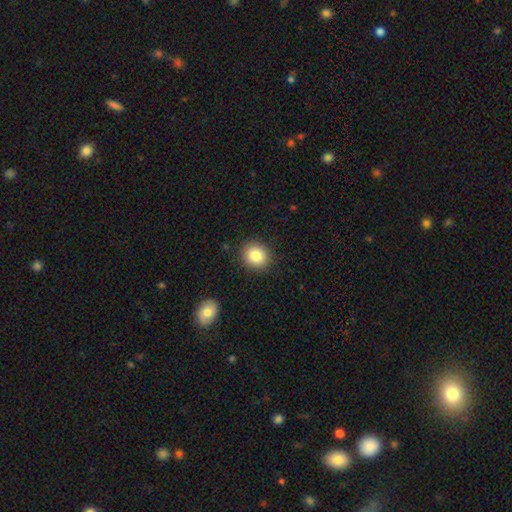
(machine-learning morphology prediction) smooth-or-featured: smooth: 84% | star or artifact: 9% | featured or disk: 7%
  how-rounded: round: 77% | in between: 22% | cigar-shaped: 1%
  merging: none: 89% | minor disturbance: 7% | major disturbance: 2% | merger: 1%